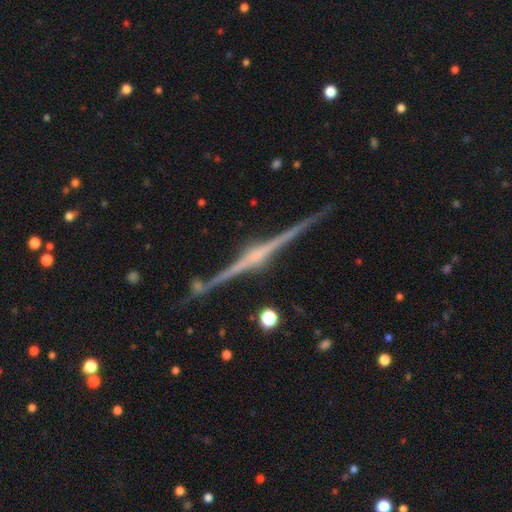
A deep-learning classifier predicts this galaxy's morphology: The model was most divided on "edge-on bulge": rounded: 71%, boxy: 19%, none: 11%. More confident: edge-on disk — yes (99%); smooth or featured — featured or disk (90%); merging — none (89%).